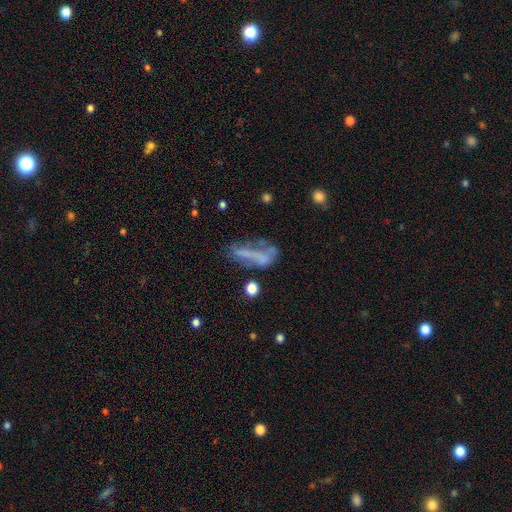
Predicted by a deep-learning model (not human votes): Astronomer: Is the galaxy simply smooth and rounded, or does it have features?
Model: featured or disk — 44% (runner-up: smooth, 42%).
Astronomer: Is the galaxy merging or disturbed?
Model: none — 33% (runner-up: major disturbance, 30%).